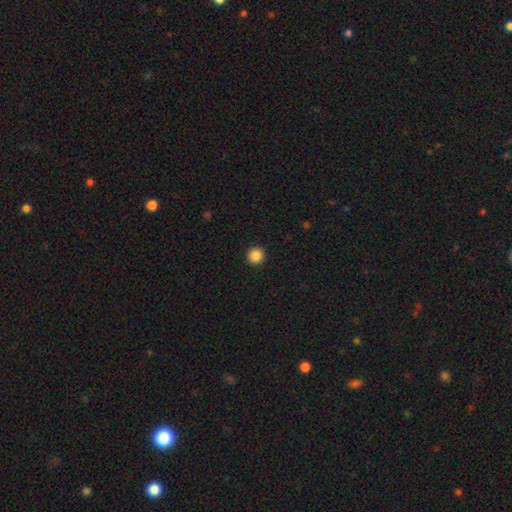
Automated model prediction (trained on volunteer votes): smooth-or-featured: smooth: 86% | star or artifact: 10% | featured or disk: 4%
  how-rounded: round: 95% | in between: 4% | cigar-shaped: 1%
  merging: none: 94% | minor disturbance: 4% | major disturbance: 1% | merger: 1%